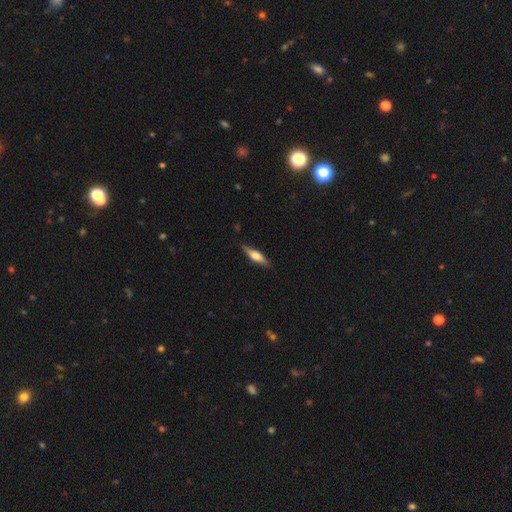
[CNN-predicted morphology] type=smooth (48%); merging=none (86%).